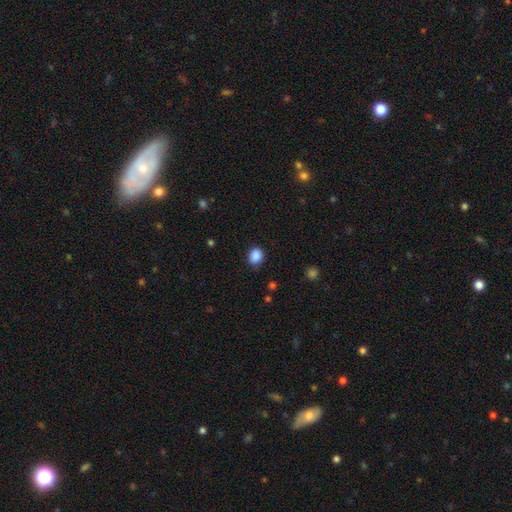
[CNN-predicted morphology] The model was most divided on "how rounded": round: 61%, in between: 38%, cigar-shaped: 1%. More confident: smooth or featured — smooth (88%); merging — none (83%).